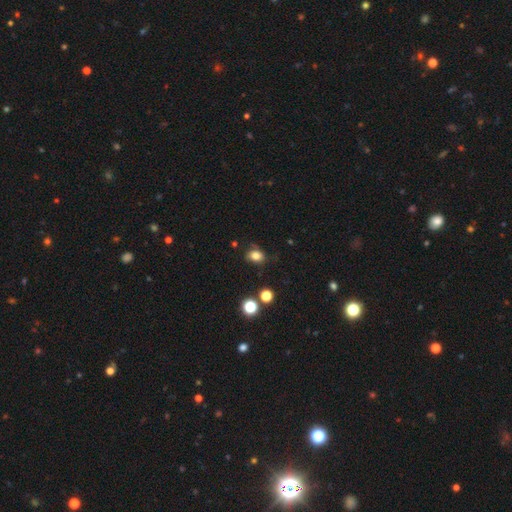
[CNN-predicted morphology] A smooth galaxy with no disk features (77%) that is in between round and cigar-shaped (59%).

Vote fractions:
- Smooth or featured? smooth: 77% / star or artifact: 13% / featured or disk: 10%
- How rounded? in between: 59% / round: 40% / cigar-shaped: 1%
- Merging? none: 69% / minor disturbance: 22% / major disturbance: 6% / merger: 3%